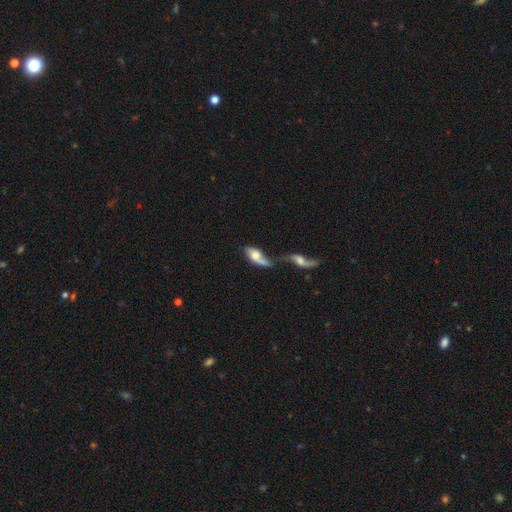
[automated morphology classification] type=smooth (48%); merging=merger (72%).